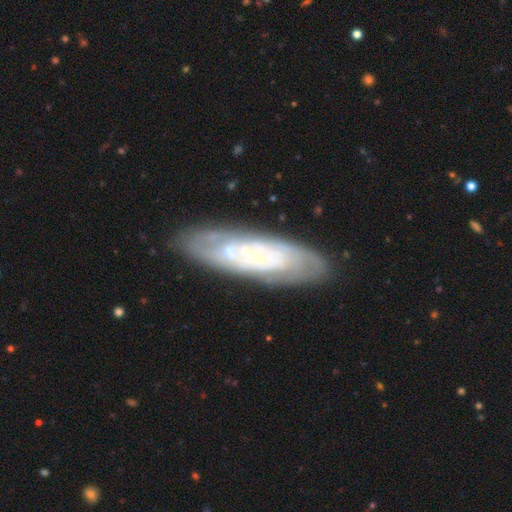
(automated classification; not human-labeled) The model was most divided on "spiral arm count": can't tell: 60%, 2: 20%, 3: 7%, 4: 5%, more than 4: 4%, 1: 4%. More confident: edge-on disk — no (84%); bulge size — small (82%); merging — none (80%); spiral arms — yes (79%); smooth or featured — featured or disk (76%); spiral winding — tight (75%); bar — no (74%).